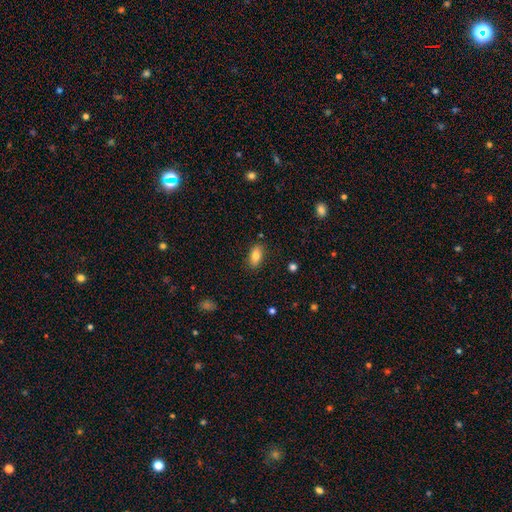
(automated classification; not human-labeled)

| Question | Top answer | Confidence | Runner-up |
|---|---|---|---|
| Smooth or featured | smooth | 80% | featured or disk (12%) |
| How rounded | in between | 88% | cigar-shaped (8%) |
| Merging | none | 86% | minor disturbance (10%) |